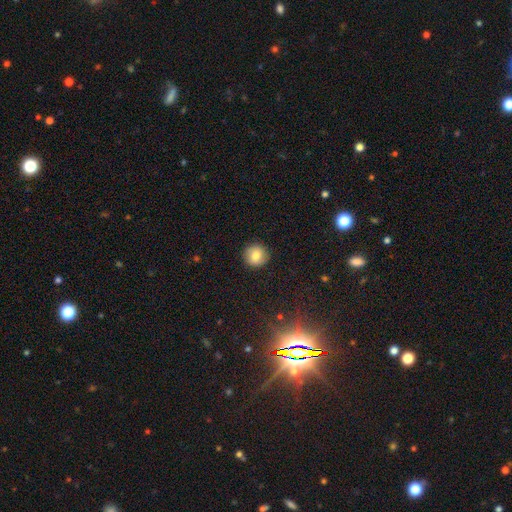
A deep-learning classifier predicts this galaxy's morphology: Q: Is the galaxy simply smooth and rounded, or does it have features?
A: smooth — 76%.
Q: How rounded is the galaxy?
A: round — 92%.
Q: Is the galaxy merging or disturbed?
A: none — 90%.